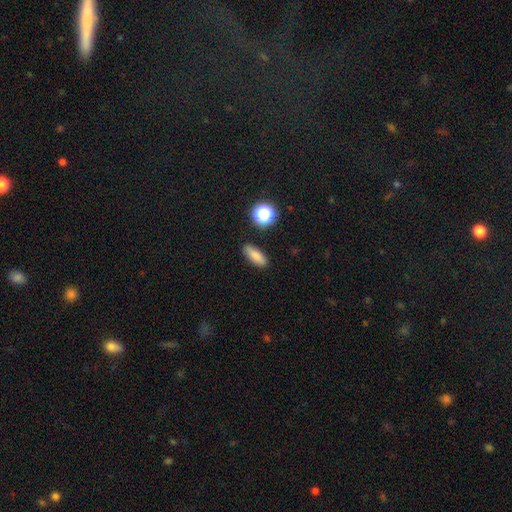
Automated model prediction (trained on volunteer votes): Overall: smooth (82%). How rounded: in between (67%). Merging: none (86%).